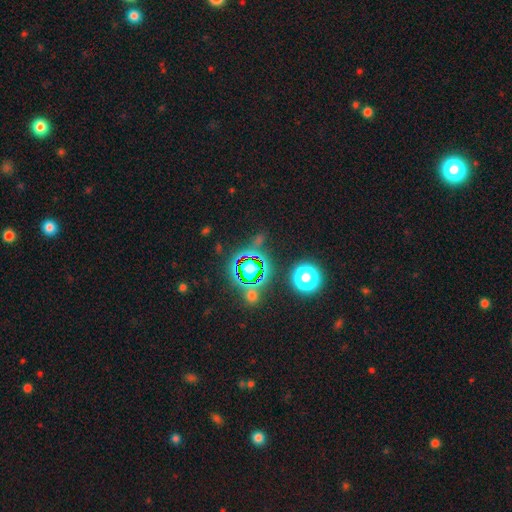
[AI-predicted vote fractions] Smooth or featured?
  - star or artifact: 78% *
  - smooth: 15%
  - featured or disk: 7%